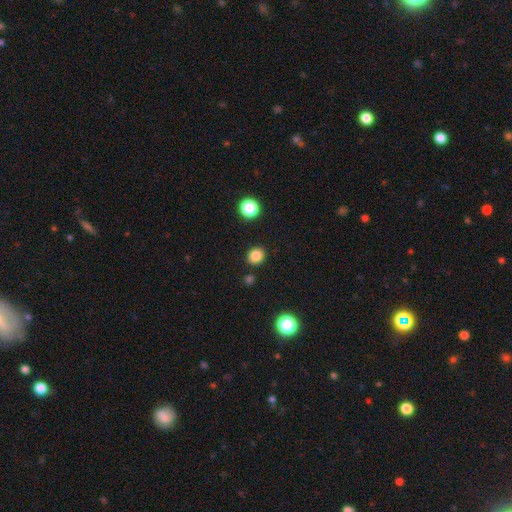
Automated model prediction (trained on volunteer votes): This appears to be a smooth galaxy with no disk features (84%) that is round (78%). Merging: none (88%).